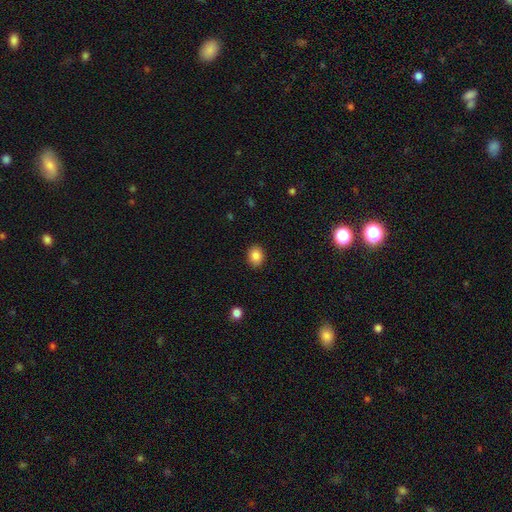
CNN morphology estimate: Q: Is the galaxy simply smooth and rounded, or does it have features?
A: smooth — 86%.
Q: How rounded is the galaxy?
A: round — 54%.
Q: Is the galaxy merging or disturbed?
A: none — 89%.